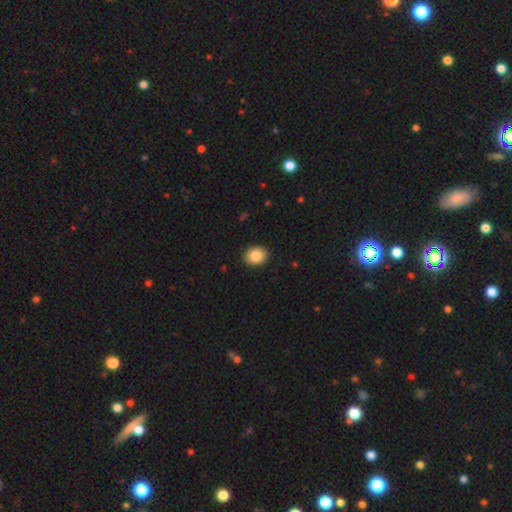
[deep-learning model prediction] A smooth galaxy with no disk features (86%) that is round (50%). Merging: none (91%).